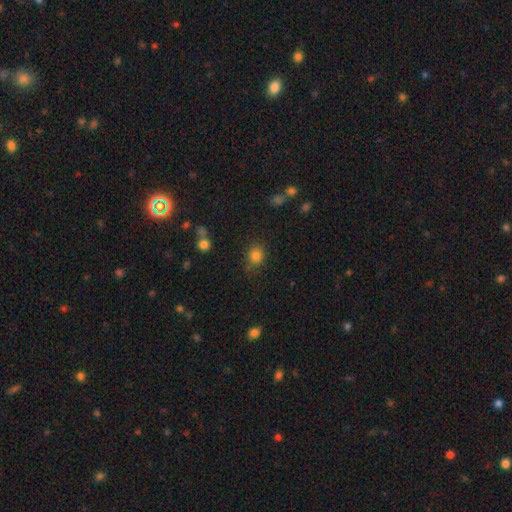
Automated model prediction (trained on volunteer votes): smooth-or-featured: smooth: 82% | star or artifact: 13% | featured or disk: 5%
  how-rounded: round: 76% | in between: 23% | cigar-shaped: 1%
  merging: none: 76% | minor disturbance: 16% | major disturbance: 5% | merger: 3%